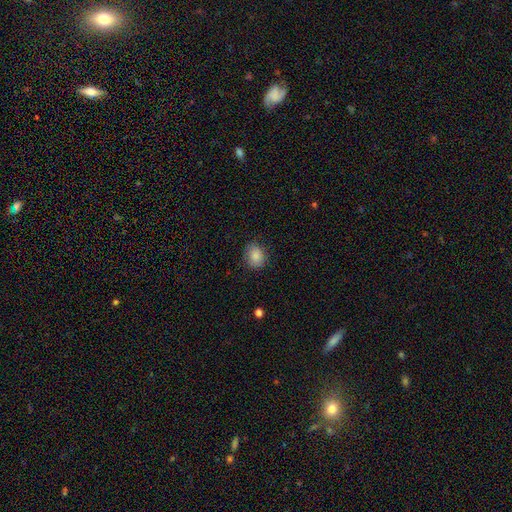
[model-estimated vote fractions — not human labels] Morphology: type=smooth (85%); roundness=round (56%); merging=none (80%).